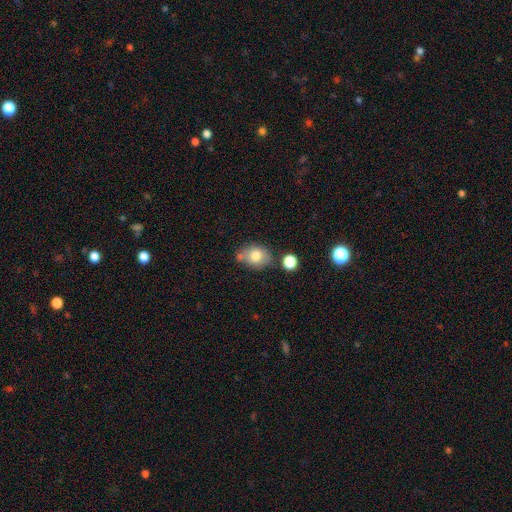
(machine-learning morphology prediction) smooth-or-featured: smooth: 75% | featured or disk: 15% | star or artifact: 9%
  how-rounded: in between: 58% | round: 41% | cigar-shaped: 1%
  merging: none: 58% | minor disturbance: 21% | merger: 16% | major disturbance: 6%